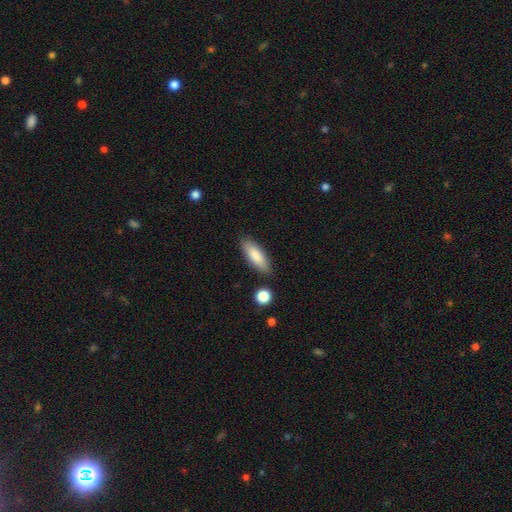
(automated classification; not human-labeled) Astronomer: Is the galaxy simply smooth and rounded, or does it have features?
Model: smooth — 84%.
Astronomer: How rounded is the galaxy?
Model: in between — 61% (runner-up: cigar-shaped, 37%).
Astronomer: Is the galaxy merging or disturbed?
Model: none — 84%.